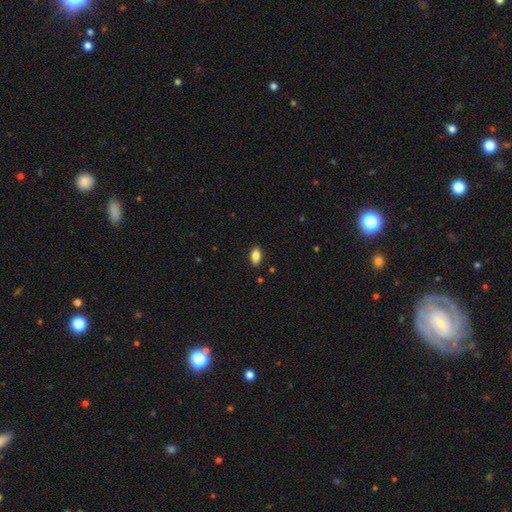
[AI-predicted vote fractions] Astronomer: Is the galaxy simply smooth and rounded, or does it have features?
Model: smooth — 85%.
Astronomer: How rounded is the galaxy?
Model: in between — 91%.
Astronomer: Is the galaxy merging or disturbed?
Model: none — 88%.